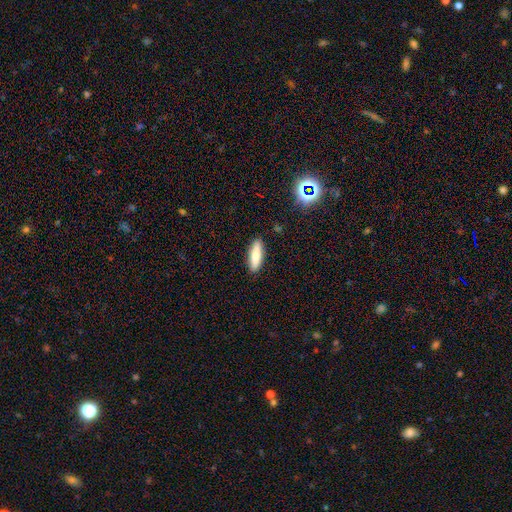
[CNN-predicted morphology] The model was most divided on "how rounded": cigar-shaped: 55%, in between: 43%, round: 2%. More confident: merging — none (89%); smooth or featured — smooth (79%).